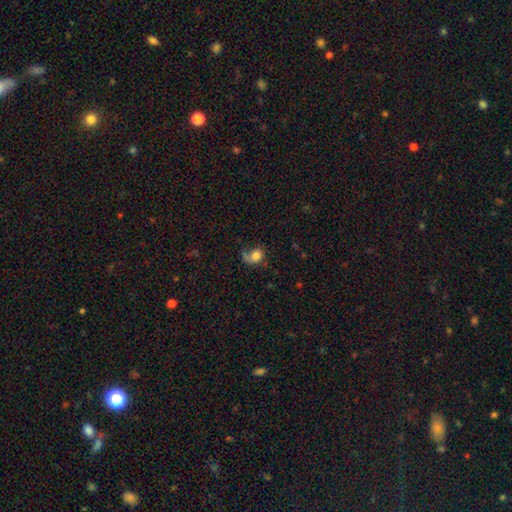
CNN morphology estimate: A smooth galaxy with no disk features (64%) that is round (54%). Merging: none (36%).